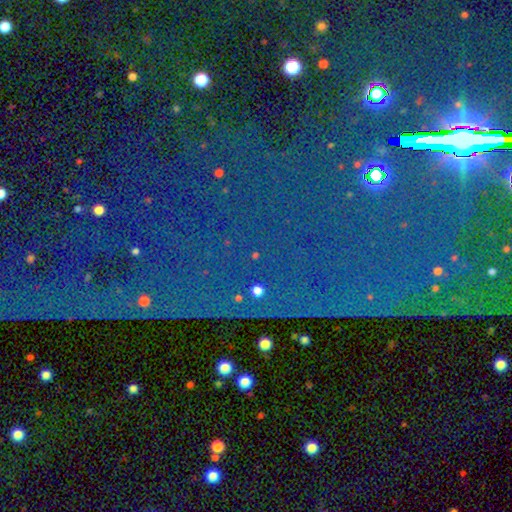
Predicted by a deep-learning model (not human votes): Morphology: type=star or artifact (80%).